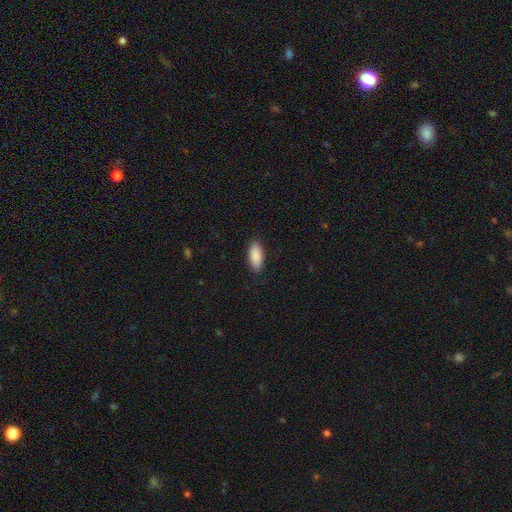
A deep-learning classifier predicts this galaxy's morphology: Smooth or featured? Predicted: smooth (p=0.90). How rounded? Predicted: in between (p=0.83). Merging? Predicted: none (p=0.88).